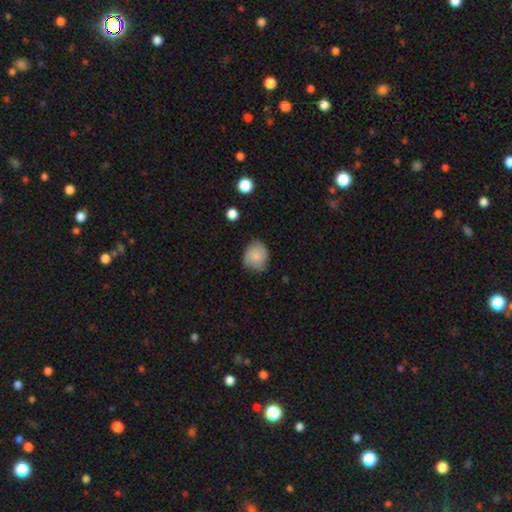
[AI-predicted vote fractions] A smooth galaxy with no disk features (80%) that is round (77%). Merging: none (69%).